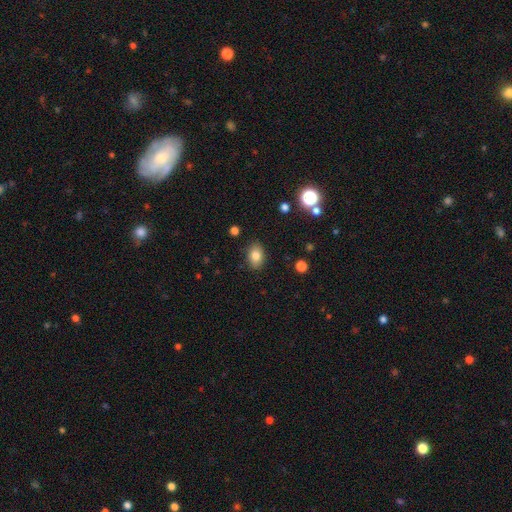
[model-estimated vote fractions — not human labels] smooth-or-featured: smooth: 82% | star or artifact: 10% | featured or disk: 9%
  how-rounded: in between: 78% | round: 21% | cigar-shaped: 1%
  merging: none: 87% | minor disturbance: 9% | major disturbance: 2% | merger: 1%